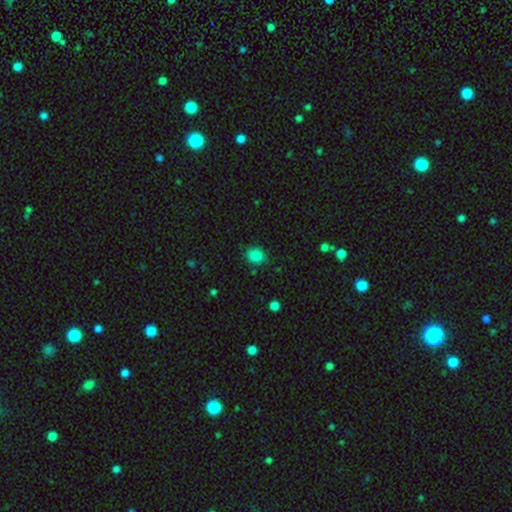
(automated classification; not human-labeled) Smooth or featured? Predicted: smooth (p=0.85). How rounded? Predicted: round (p=0.62). Merging? Predicted: none (p=0.81).